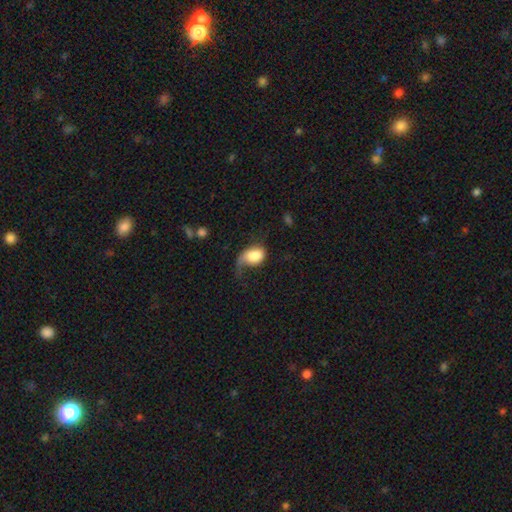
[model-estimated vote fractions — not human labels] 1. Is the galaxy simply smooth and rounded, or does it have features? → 67% smooth, 25% featured or disk, 8% star or artifact.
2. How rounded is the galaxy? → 78% in between, 20% round, 2% cigar-shaped.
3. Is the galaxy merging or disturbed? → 48% major disturbance, 25% minor disturbance, 23% none, 4% merger.